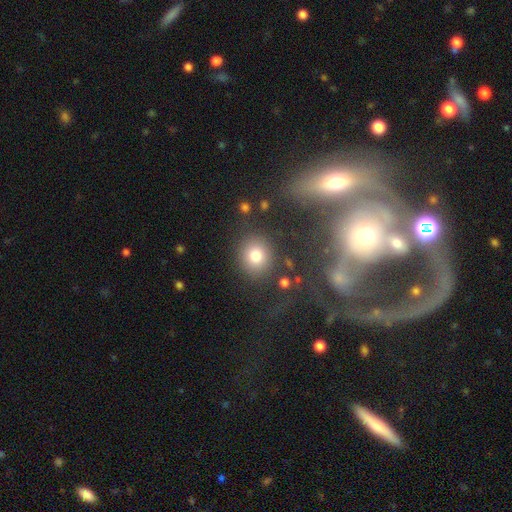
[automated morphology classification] Smooth or featured? Predicted: smooth (p=0.78). How rounded? Predicted: round (p=0.81). Merging? Predicted: none (p=0.81).